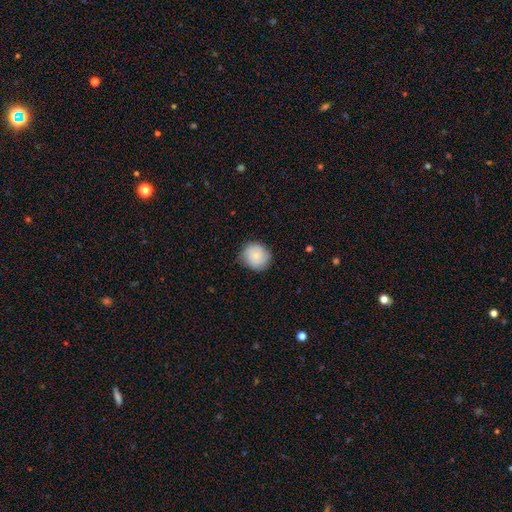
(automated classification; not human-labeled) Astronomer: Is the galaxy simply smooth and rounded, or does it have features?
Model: smooth — 77%.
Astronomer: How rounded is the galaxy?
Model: round — 85%.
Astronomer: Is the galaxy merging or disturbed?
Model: none — 77%.